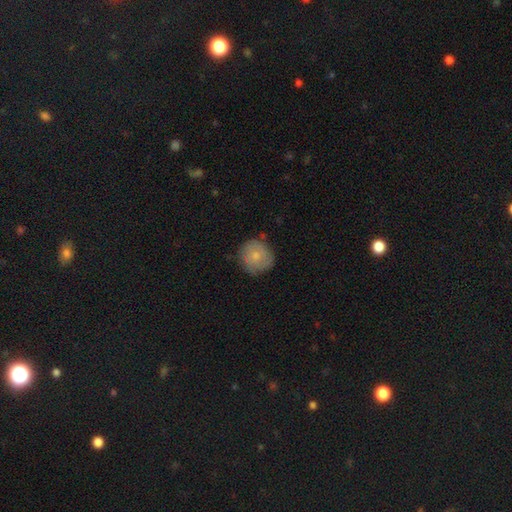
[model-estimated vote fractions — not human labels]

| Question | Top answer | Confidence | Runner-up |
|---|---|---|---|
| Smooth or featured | smooth | 69% | featured or disk (25%) |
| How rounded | round | 92% | in between (7%) |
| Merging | none | 77% | minor disturbance (18%) |